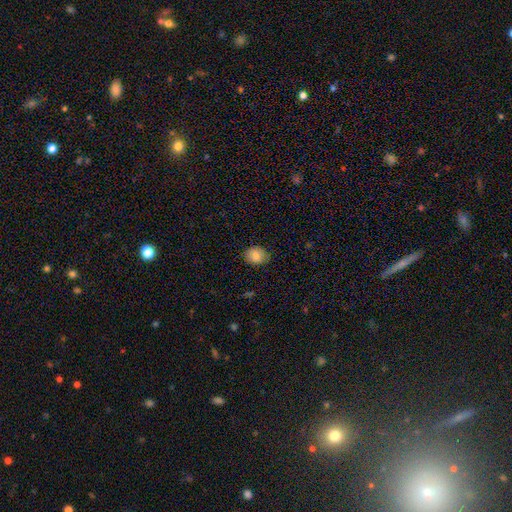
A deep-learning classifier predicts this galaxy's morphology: Smooth or featured?
  - smooth: 85% *
  - star or artifact: 8%
  - featured or disk: 6%
How rounded?
  - round: 56% *
  - in between: 43%
  - cigar-shaped: 1%
Merging?
  - none: 81% *
  - minor disturbance: 15%
  - major disturbance: 3%
  - merger: 1%